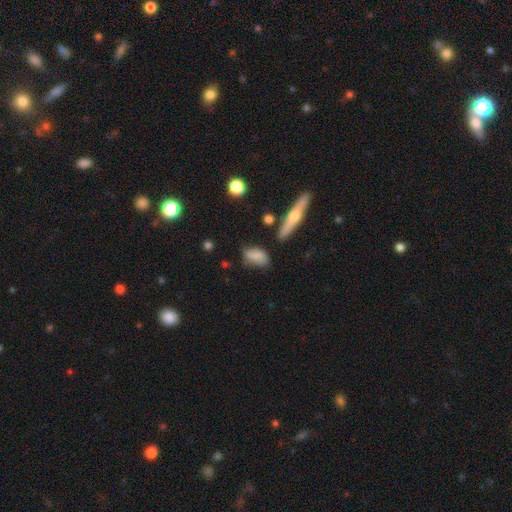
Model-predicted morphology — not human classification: type=smooth (74%); roundness=in between (86%); merging=none (60%).